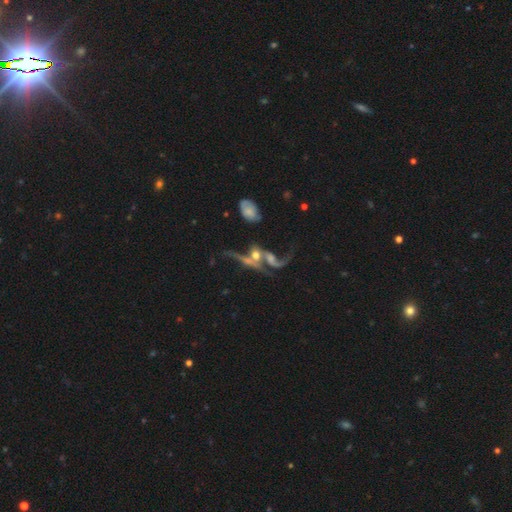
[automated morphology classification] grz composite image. It shows a featured or disk galaxy (77%) with no bar (60%), spiral arms (78%) and a moderate central bulge (43%). Merging: merger (43%).